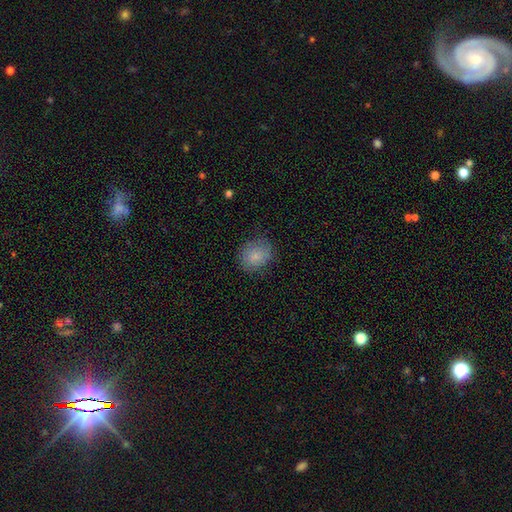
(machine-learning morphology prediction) Smooth or featured?
  - smooth: 81% *
  - featured or disk: 11%
  - star or artifact: 8%
How rounded?
  - round: 66% *
  - in between: 33%
  - cigar-shaped: 1%
Merging?
  - none: 73% *
  - minor disturbance: 20%
  - major disturbance: 6%
  - merger: 1%